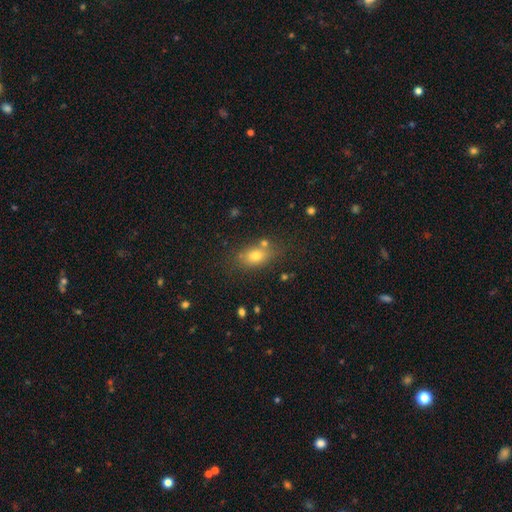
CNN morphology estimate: Smooth or featured?
  - smooth: 72% *
  - featured or disk: 14%
  - star or artifact: 14%
How rounded?
  - in between: 75% *
  - round: 20%
  - cigar-shaped: 6%
Merging?
  - none: 69% *
  - minor disturbance: 14%
  - merger: 12%
  - major disturbance: 5%